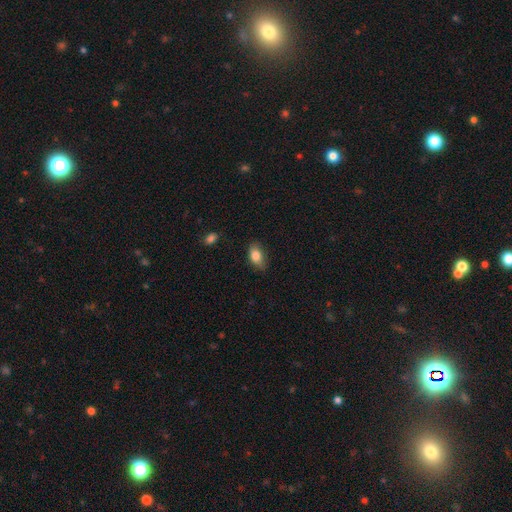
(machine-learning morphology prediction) Smooth or featured?
  - smooth: 84% *
  - featured or disk: 9%
  - star or artifact: 8%
How rounded?
  - in between: 88% *
  - round: 9%
  - cigar-shaped: 3%
Merging?
  - none: 76% *
  - minor disturbance: 20%
  - major disturbance: 3%
  - merger: 1%